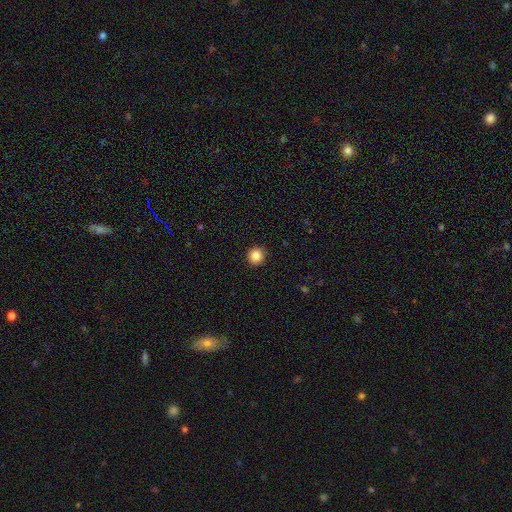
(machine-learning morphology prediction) This appears to be a smooth galaxy with no disk features (86%) that is round (93%). Merging: none (92%).